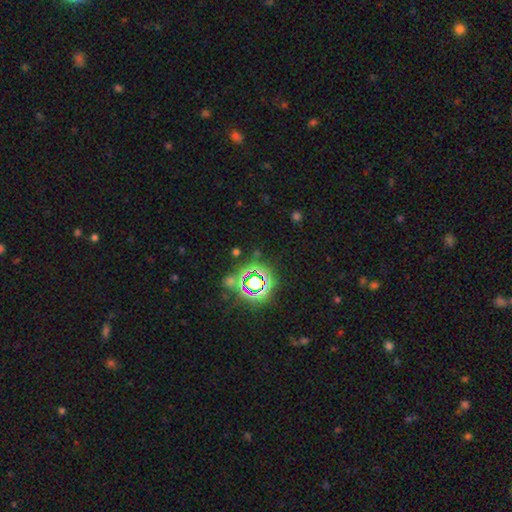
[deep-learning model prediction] Morphology: type=star or artifact (75%).